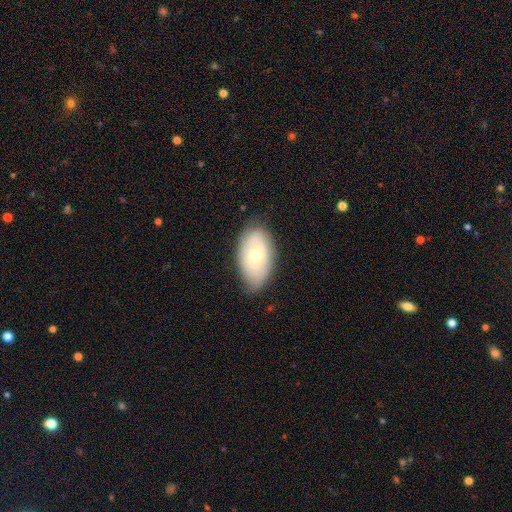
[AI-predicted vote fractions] This appears to be a smooth galaxy with no disk features (47%). Merging: none (74%).